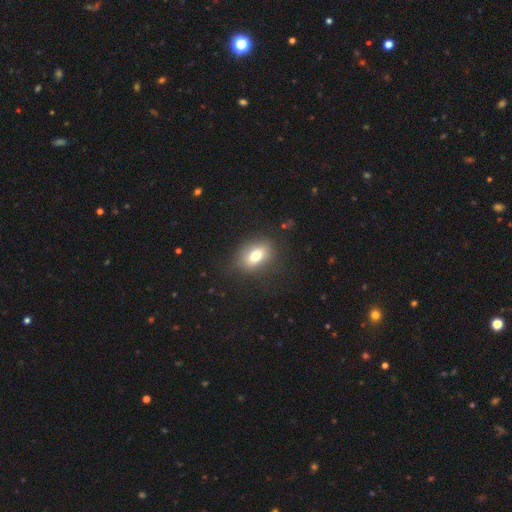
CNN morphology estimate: This appears to be a smooth galaxy with no disk features (75%) that is in between round and cigar-shaped (73%). Merging: none (82%).